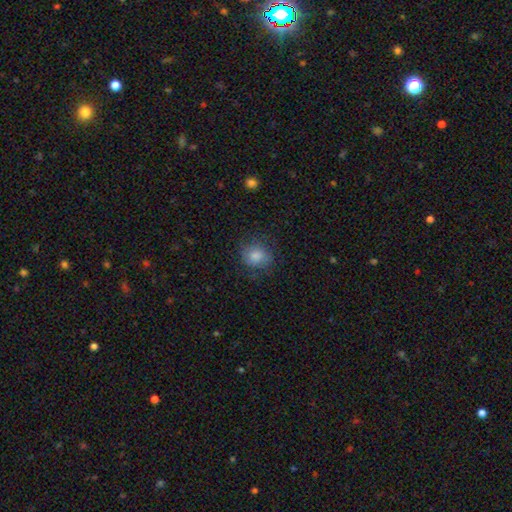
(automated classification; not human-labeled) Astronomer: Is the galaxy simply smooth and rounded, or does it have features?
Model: smooth — 79%.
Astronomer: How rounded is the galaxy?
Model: round — 72%.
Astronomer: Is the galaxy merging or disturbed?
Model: none — 76%.